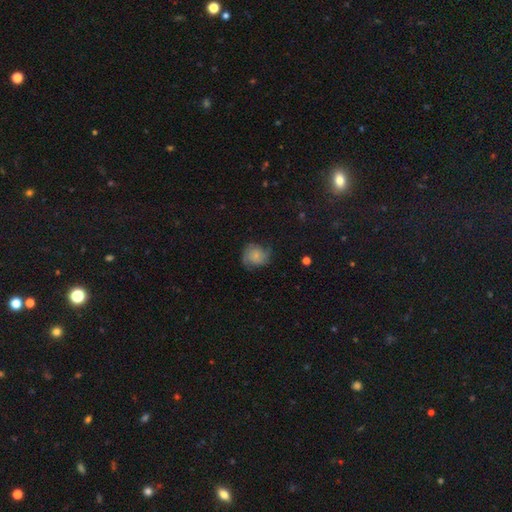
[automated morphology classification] The model was most divided on "smooth or featured": smooth: 48%, featured or disk: 43%, star or artifact: 9%. More confident: merging — none (60%).